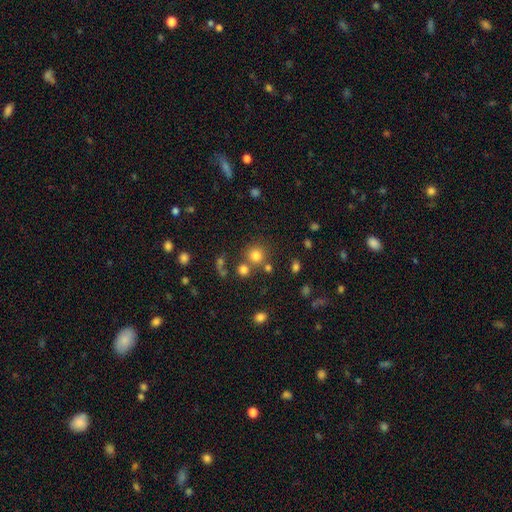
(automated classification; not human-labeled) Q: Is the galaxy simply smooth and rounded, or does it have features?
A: smooth — 78%.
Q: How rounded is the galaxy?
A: round — 91%.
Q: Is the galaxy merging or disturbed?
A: none — 70%.